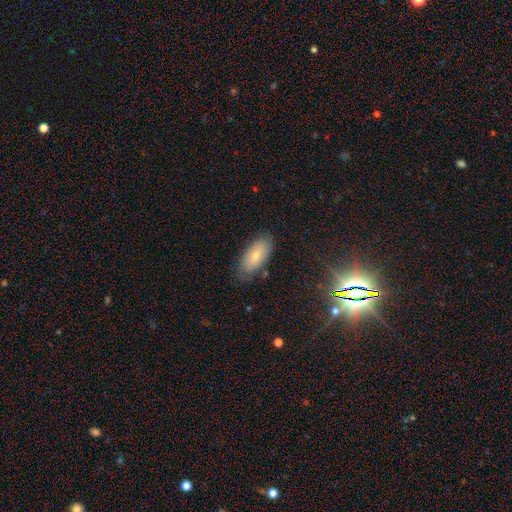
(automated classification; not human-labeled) Morphology: type=smooth (68%); roundness=in between (90%); merging=none (78%).